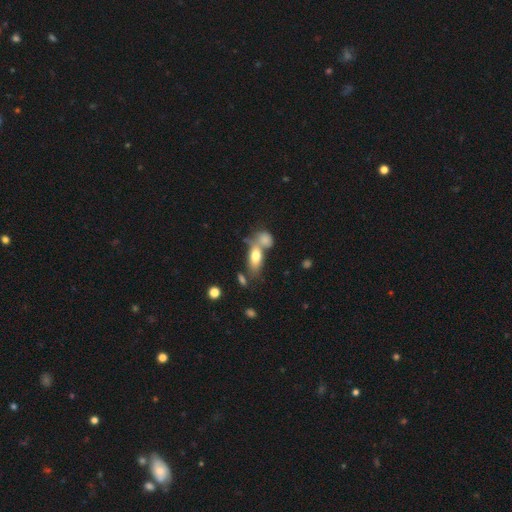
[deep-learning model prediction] Smooth or featured? Predicted: smooth (p=0.72). How rounded? Predicted: in between (p=0.79). Merging? Predicted: none (p=0.44).